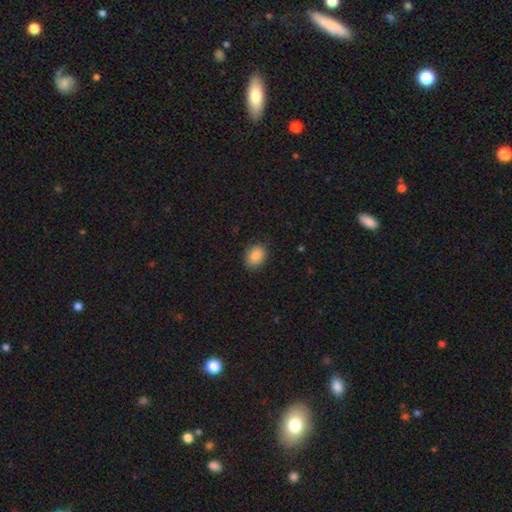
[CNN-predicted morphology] The model was most divided on "how rounded": in between: 65%, round: 34%, cigar-shaped: 1%. More confident: smooth or featured — smooth (88%); merging — none (82%).